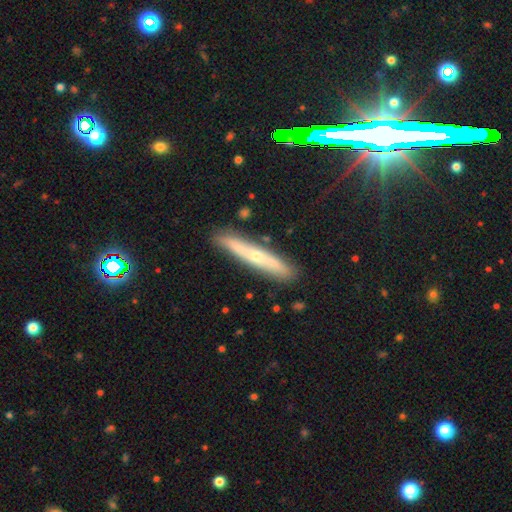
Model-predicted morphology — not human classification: Smooth or featured? Predicted: featured or disk (p=0.54). Edge-on disk? Predicted: yes (p=0.85). Merging? Predicted: none (p=0.86).